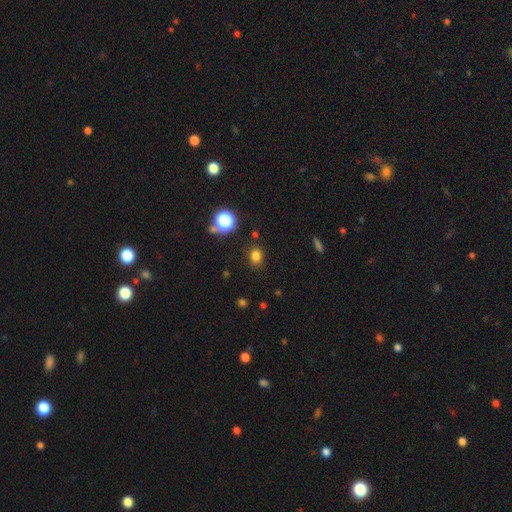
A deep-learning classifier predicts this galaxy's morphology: Smooth or featured? Predicted: smooth (p=0.78). How rounded? Predicted: round (p=0.51). Merging? Predicted: none (p=0.83).